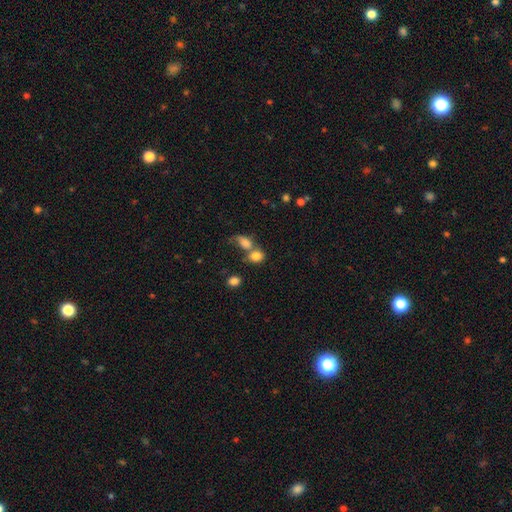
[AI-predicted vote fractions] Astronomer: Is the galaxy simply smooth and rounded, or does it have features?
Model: smooth — 81%.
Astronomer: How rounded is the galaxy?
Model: in between — 52% (runner-up: round, 46%).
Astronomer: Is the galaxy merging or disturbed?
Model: merger — 53% (runner-up: none, 31%).